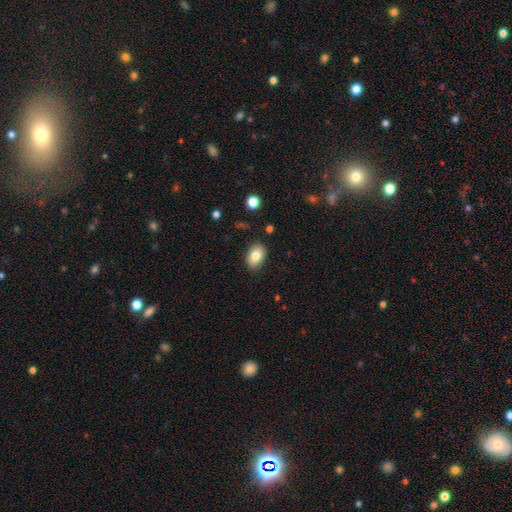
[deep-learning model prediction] smooth-or-featured: smooth: 82% | featured or disk: 10% | star or artifact: 8%
  how-rounded: in between: 86% | round: 13% | cigar-shaped: 1%
  merging: none: 86% | minor disturbance: 10% | major disturbance: 2% | merger: 1%